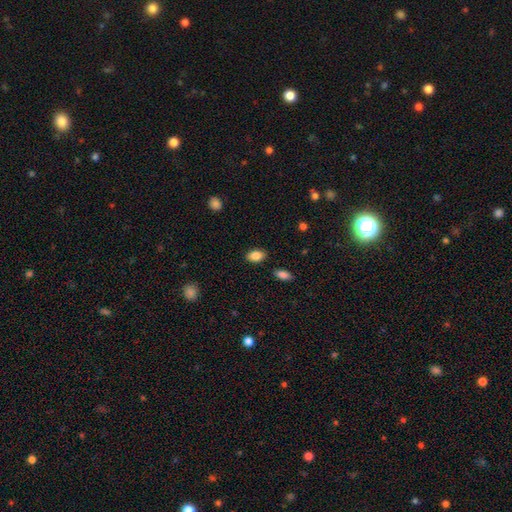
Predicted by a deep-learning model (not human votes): Smooth or featured: smooth — 87% (star or artifact — 8%)
How rounded: in between — 86% (round — 13%)
Merging: none — 86% (minor disturbance — 9%)